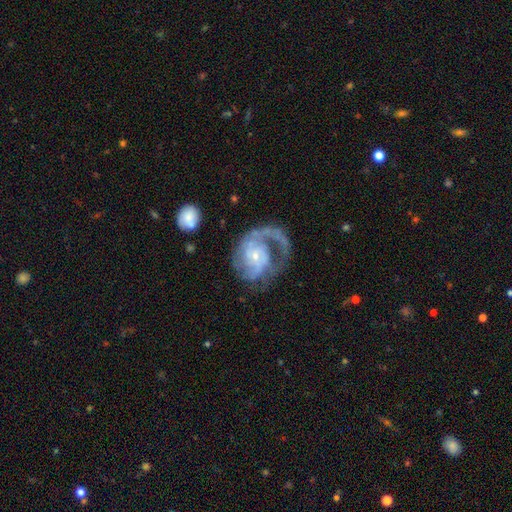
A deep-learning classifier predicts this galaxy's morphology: Smooth or featured: featured or disk — 84% (smooth — 11%)
Edge-on disk: no — 98% (yes — 2%)
Bar: no — 66% (weak — 29%)
Spiral arms: yes — 91% (no — 9%)
Spiral winding: medium — 44% (tight — 29%)
Spiral arm count: 1 — 40% (2 — 30%)
Bulge size: small — 72% (moderate — 21%)
Merging: major disturbance — 44% (none — 37%)